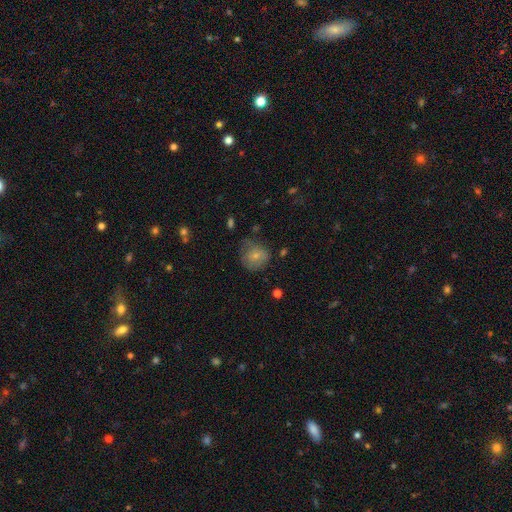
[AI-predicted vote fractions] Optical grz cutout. It shows a smooth galaxy with no disk features (70%) that is round (76%). Merging: none (53%).